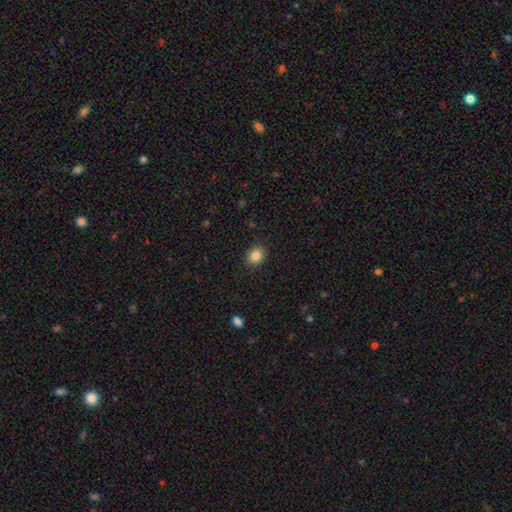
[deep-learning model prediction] A smooth galaxy with no disk features (85%) that is round (51%). Merging: none (89%).